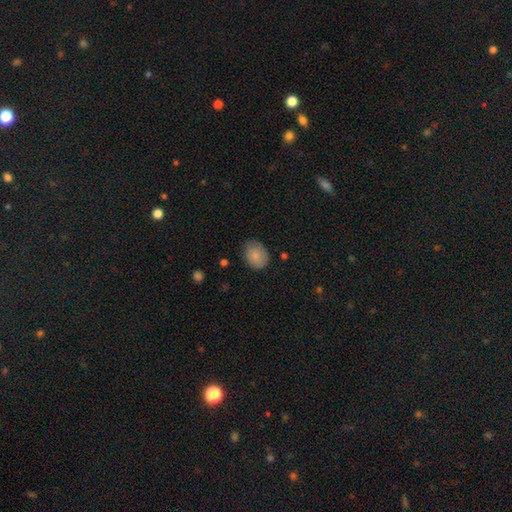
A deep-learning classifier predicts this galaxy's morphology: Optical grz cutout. It shows a smooth galaxy with no disk features (85%) that is in between round and cigar-shaped (62%). Merging: none (76%).